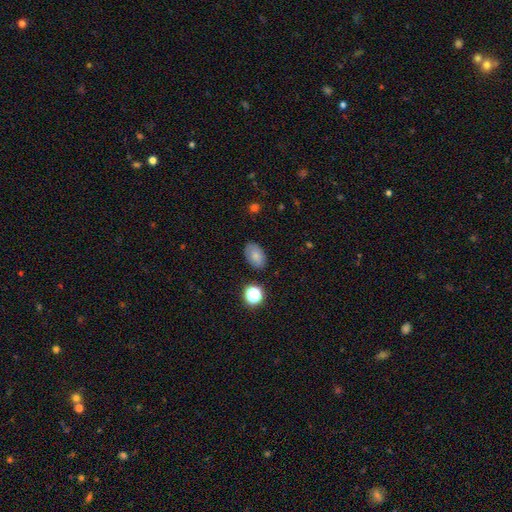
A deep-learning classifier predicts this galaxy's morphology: This appears to be a smooth galaxy with no disk features (77%) that is in between round and cigar-shaped (87%). Merging: none (82%).